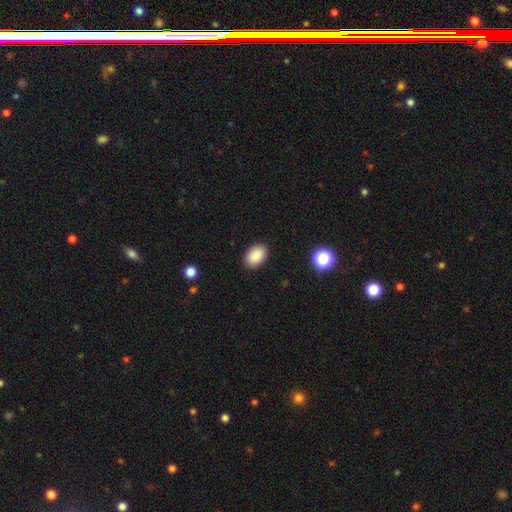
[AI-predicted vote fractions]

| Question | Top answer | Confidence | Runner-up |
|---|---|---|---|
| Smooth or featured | smooth | 89% | star or artifact (8%) |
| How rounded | in between | 86% | round (13%) |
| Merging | none | 89% | minor disturbance (8%) |